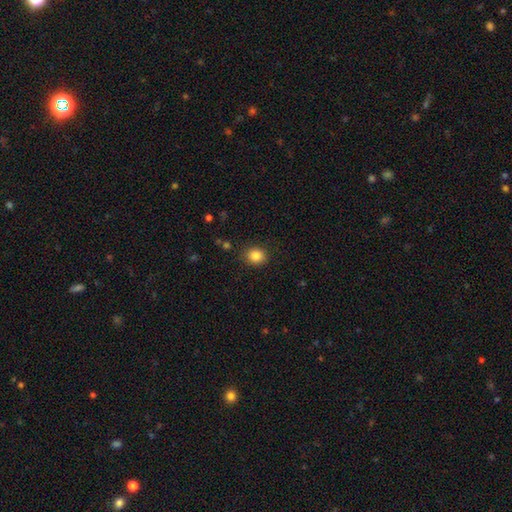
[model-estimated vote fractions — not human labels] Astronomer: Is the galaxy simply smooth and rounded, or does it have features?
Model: smooth — 85%.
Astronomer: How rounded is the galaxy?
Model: round — 70%.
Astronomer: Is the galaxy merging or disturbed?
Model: none — 87%.